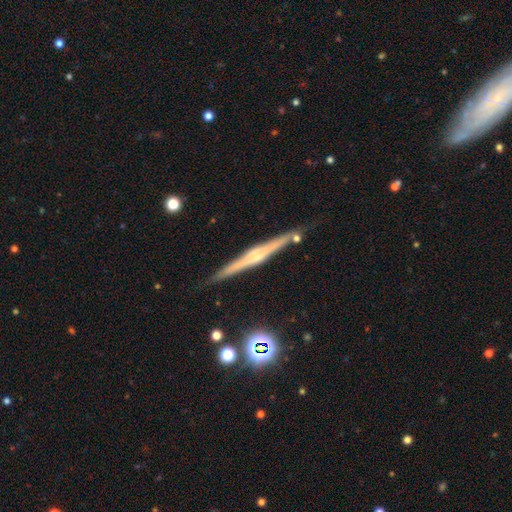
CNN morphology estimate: This is likely a featured or disk galaxy (73%). It is clearly viewed edge-on (98%). Edge-on bulge: possibly rounded (58%). Merging: clearly none (86%).